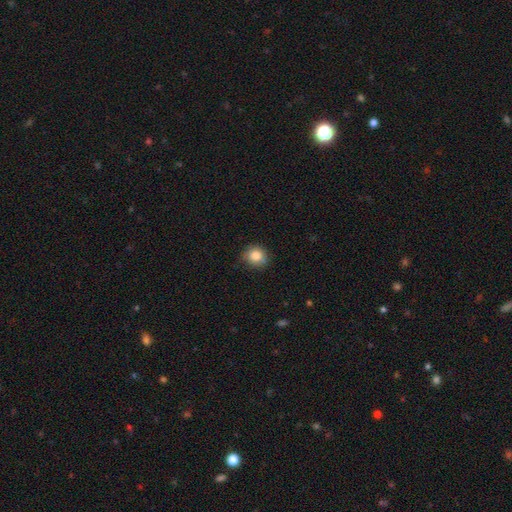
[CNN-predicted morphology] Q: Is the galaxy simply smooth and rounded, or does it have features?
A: smooth — 86%.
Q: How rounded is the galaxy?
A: round — 74%.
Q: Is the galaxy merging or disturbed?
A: none — 77%.